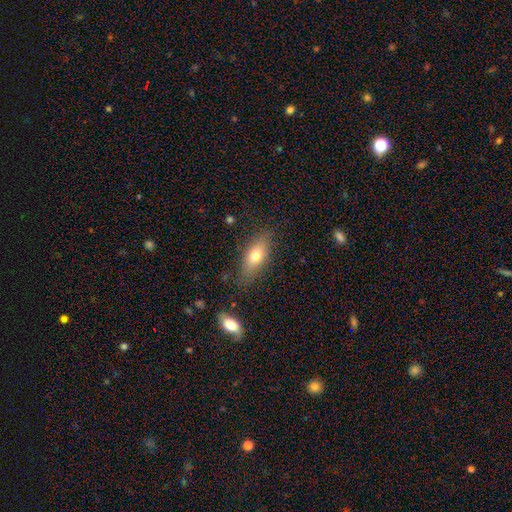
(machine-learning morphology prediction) smooth 68%, featured or disk 23%, star or artifact 8%. Down the decision tree: how rounded — in between (71%); merging — none (78%).